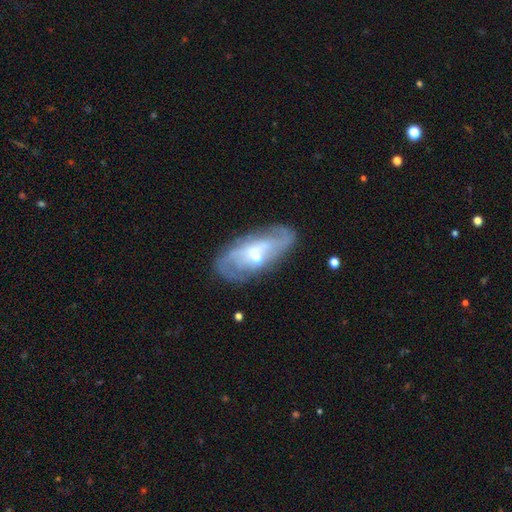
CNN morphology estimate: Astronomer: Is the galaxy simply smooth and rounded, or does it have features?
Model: featured or disk — 67%.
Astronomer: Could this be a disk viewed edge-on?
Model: no — 87%.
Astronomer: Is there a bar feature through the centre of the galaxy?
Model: no — 60%.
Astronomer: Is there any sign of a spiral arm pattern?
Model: yes — 67%.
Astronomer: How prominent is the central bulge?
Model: moderate — 58% (runner-up: small, 35%).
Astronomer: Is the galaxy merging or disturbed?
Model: none — 69%.